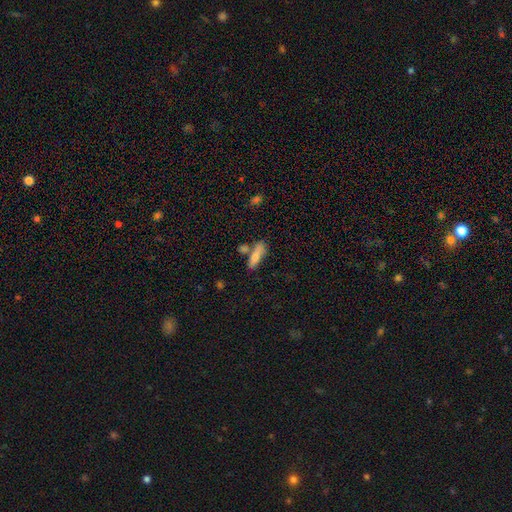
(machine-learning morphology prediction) smooth_or_featured: smooth (p=0.75) [alt: featured or disk p=0.18]
how_rounded: cigar-shaped (p=0.52) [alt: in between p=0.45]
merging: none (p=0.56) [alt: merger p=0.24]